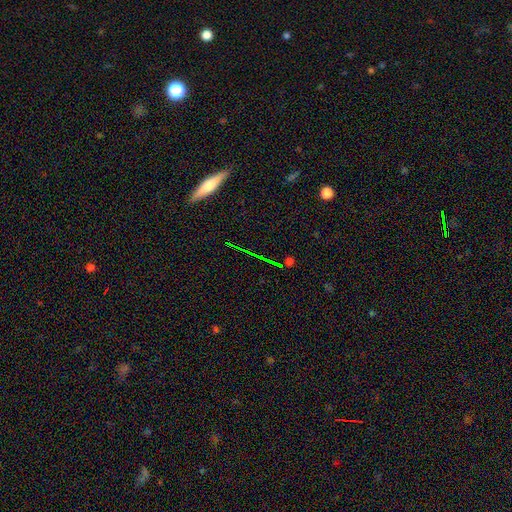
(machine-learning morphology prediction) star or artifact 61%, featured or disk 21%, smooth 18%.